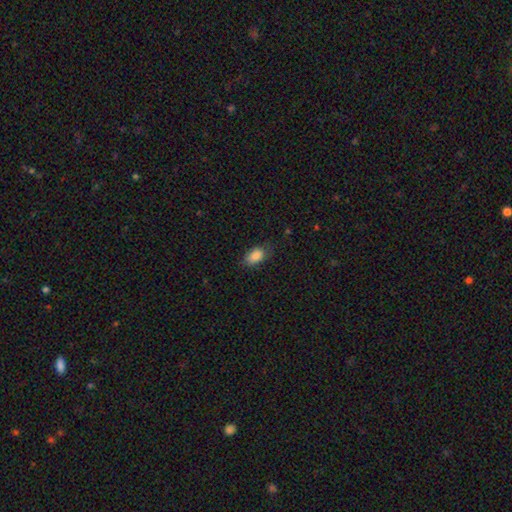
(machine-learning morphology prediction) A smooth galaxy with no disk features (87%) that is in between round and cigar-shaped (90%).

Vote fractions:
- Smooth or featured? smooth: 87% / star or artifact: 8% / featured or disk: 5%
- How rounded? in between: 90% / round: 8% / cigar-shaped: 3%
- Merging? none: 72% / minor disturbance: 21% / major disturbance: 5% / merger: 1%